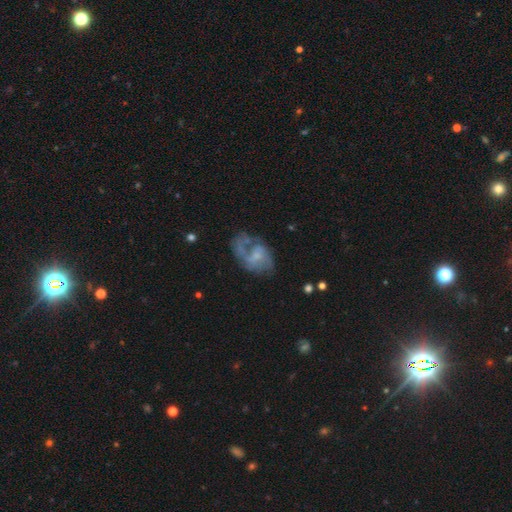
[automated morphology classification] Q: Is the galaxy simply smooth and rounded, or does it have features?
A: featured or disk — 62%.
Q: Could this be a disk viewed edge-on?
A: no — 97%.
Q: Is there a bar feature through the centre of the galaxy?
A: no — 63%.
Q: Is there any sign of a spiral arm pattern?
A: yes — 60%.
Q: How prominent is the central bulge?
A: small — 41%.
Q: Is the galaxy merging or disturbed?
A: major disturbance — 36%.